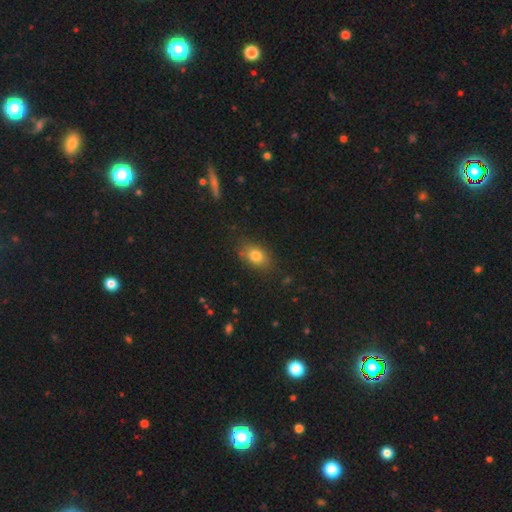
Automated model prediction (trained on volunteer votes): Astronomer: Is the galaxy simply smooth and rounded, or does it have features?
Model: smooth — 81%.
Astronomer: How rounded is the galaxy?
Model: in between — 75%.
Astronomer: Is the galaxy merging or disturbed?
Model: none — 80%.